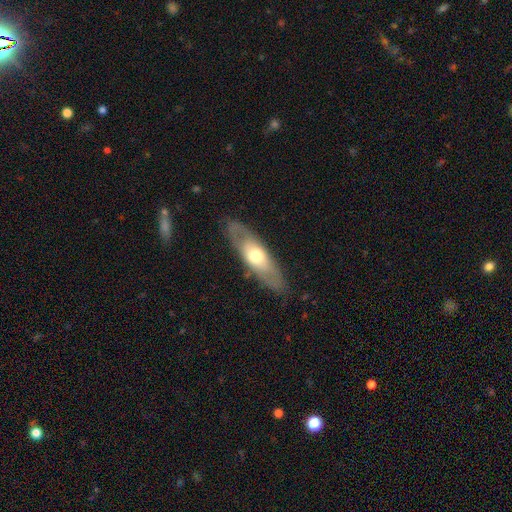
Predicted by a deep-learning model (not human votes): A featured or disk galaxy (50%).

Vote fractions:
- Smooth or featured? featured or disk: 50% / smooth: 45% / star or artifact: 5%
- Edge-on disk? no: 64% / yes: 36%
- Merging? none: 81% / minor disturbance: 13% / major disturbance: 5% / merger: 1%